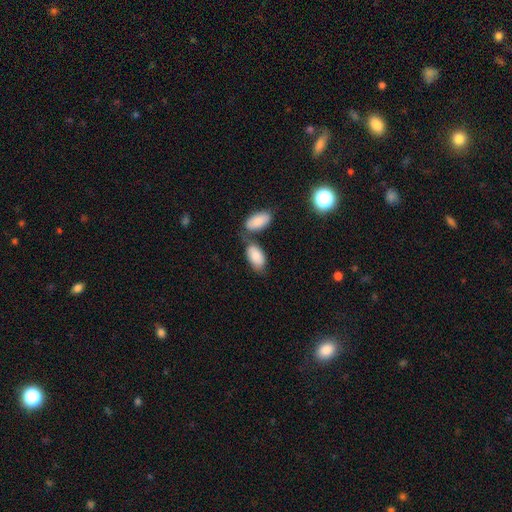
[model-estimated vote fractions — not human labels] The model was most divided on "merging": none: 46%, merger: 33%, minor disturbance: 16%, major disturbance: 5%. More confident: how rounded — in between (94%); smooth or featured — smooth (86%).